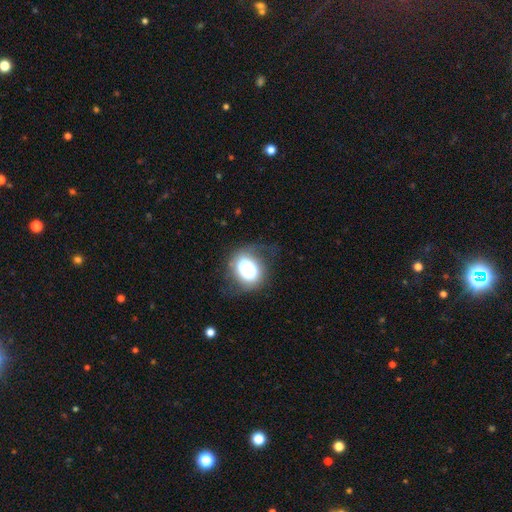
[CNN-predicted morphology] smooth 54%, featured or disk 34%, star or artifact 12%. Down the decision tree: how rounded — in between (51%); merging — none (61%).